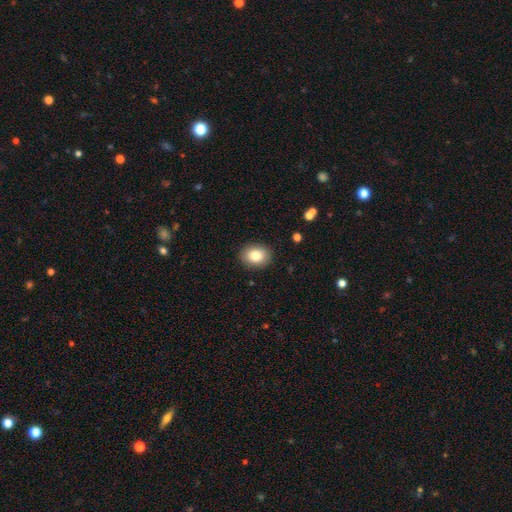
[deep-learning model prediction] A smooth galaxy with no disk features (82%) that is in between round and cigar-shaped (59%). Merging: none (89%).